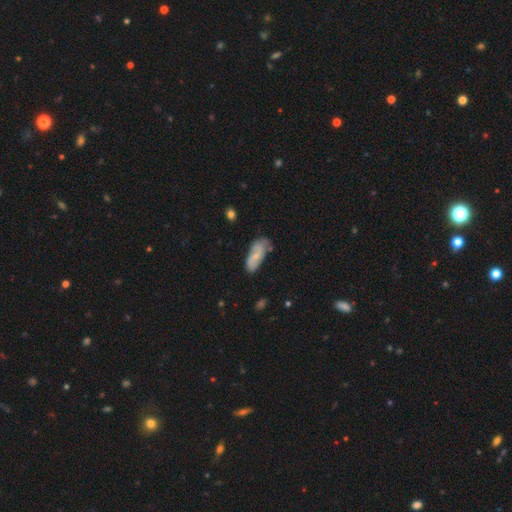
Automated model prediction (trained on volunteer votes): Smooth or featured? Predicted: smooth (p=0.53). How rounded? Predicted: in between (p=0.81). Merging? Predicted: none (p=0.54).